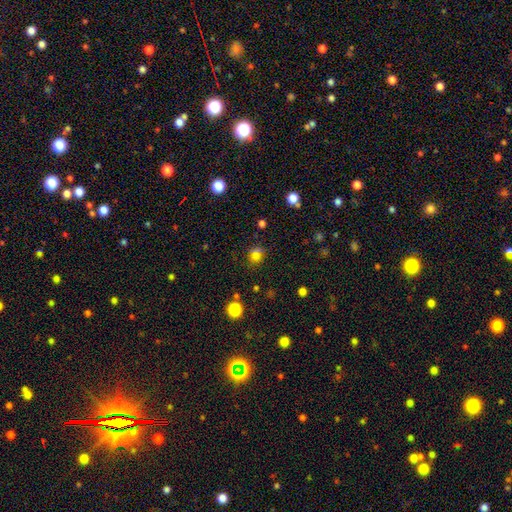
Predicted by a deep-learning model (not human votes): This is likely a smooth galaxy (68%). How rounded: likely round (80%). Merging: possibly none (59%).